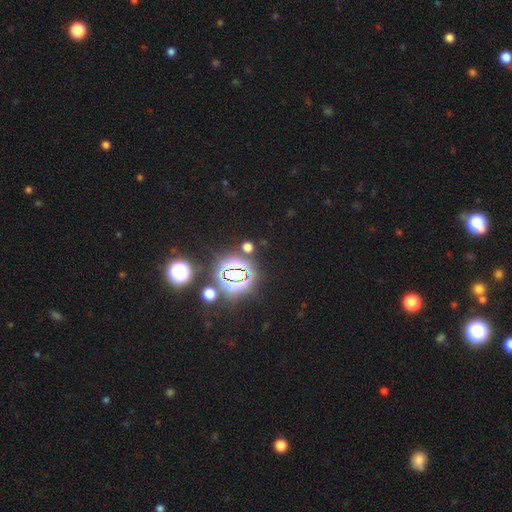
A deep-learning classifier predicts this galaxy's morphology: smooth-or-featured: star or artifact: 82% | smooth: 12% | featured or disk: 7%